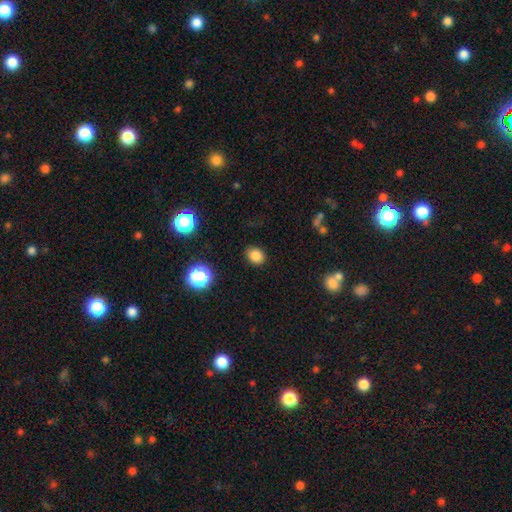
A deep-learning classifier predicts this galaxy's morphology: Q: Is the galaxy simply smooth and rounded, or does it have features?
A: smooth — 82%.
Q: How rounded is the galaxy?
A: round — 52%.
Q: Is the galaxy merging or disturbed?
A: none — 87%.